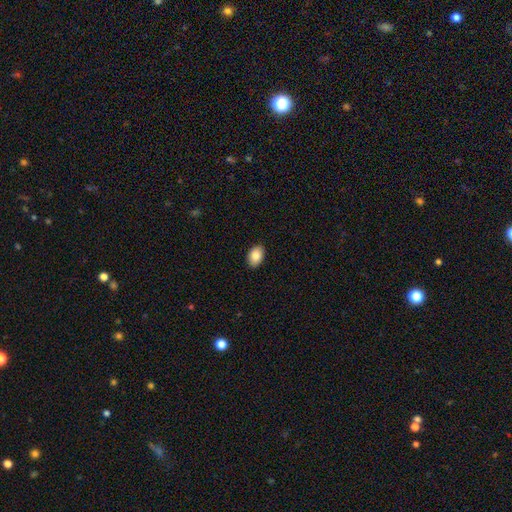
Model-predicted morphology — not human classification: Smooth or featured? Predicted: smooth (p=0.87). How rounded? Predicted: in between (p=0.87). Merging? Predicted: none (p=0.89).